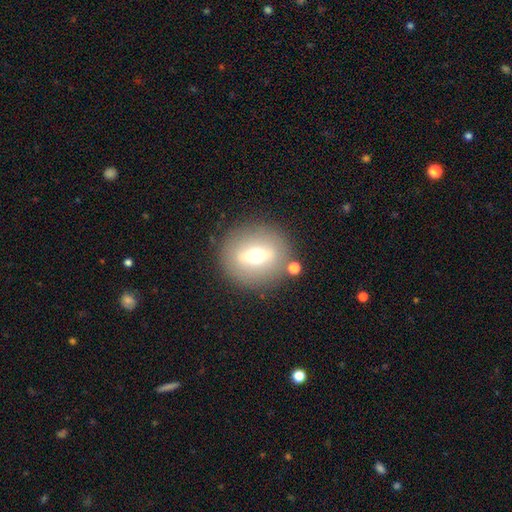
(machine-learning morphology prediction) A smooth galaxy with no disk features (45%, tied with featured or disk).

Vote fractions:
- Smooth or featured? smooth: 45% (tied) / featured or disk: 45% (tied) / star or artifact: 10%
- Merging? none: 83% / minor disturbance: 9% / merger: 4% / major disturbance: 4%